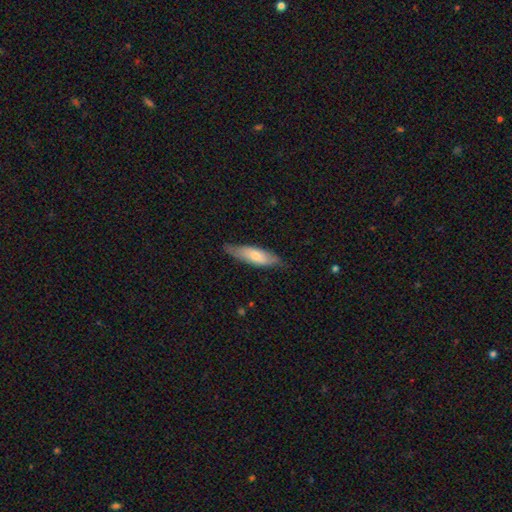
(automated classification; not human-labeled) A smooth galaxy with no disk features (64%) that is cigar-shaped (50%). Merging: none (72%).